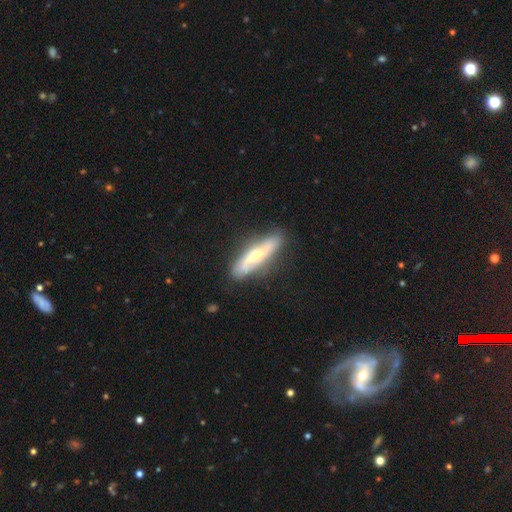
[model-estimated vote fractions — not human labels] Smooth or featured?
  - featured or disk: 71% *
  - smooth: 24%
  - star or artifact: 6%
Edge-on disk?
  - no: 62% *
  - yes: 38%
Merging?
  - none: 79% *
  - minor disturbance: 15%
  - major disturbance: 4%
  - merger: 2%